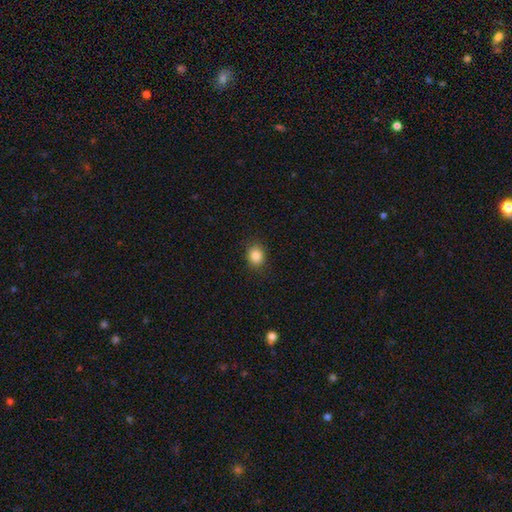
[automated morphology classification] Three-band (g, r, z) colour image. It shows a smooth galaxy with no disk features (86%) that is round (66%). Merging: none (86%).